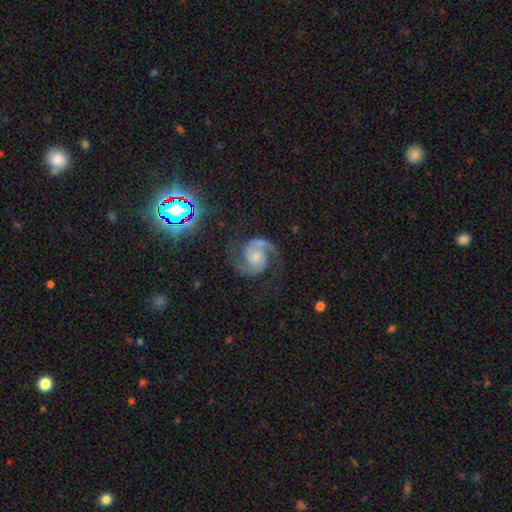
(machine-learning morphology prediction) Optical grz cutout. It shows a featured or disk galaxy (91%) with no bar (66%), 2 (94%) medium (61%) spiral arms (98%) and a small central bulge (38%). Merging: none (78%).